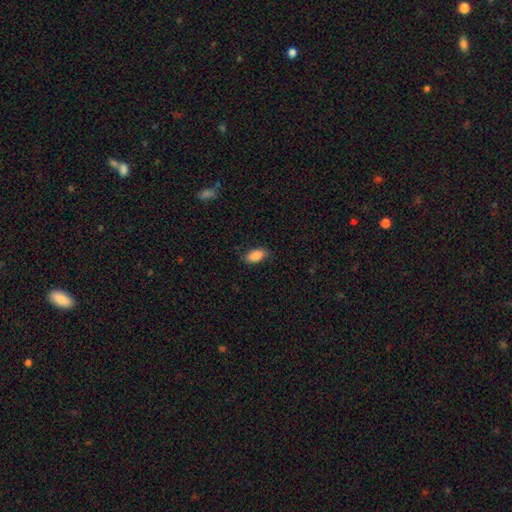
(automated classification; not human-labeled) Smooth or featured? Predicted: smooth (p=0.88). How rounded? Predicted: in between (p=0.92). Merging? Predicted: none (p=0.83).